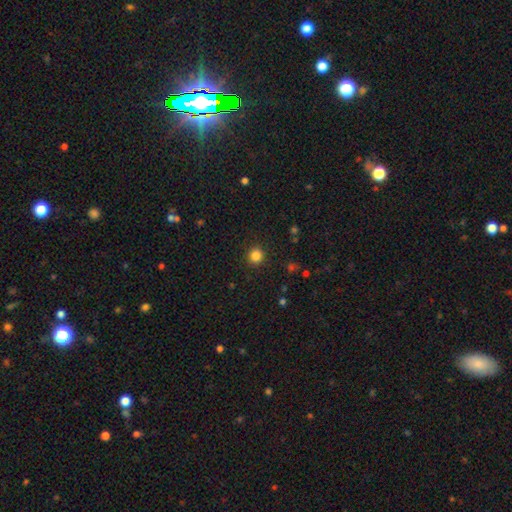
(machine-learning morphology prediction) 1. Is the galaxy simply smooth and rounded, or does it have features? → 84% smooth, 12% star or artifact, 4% featured or disk.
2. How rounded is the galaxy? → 92% round, 7% in between, 1% cigar-shaped.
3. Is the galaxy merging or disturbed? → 91% none, 6% minor disturbance, 2% major disturbance, 1% merger.